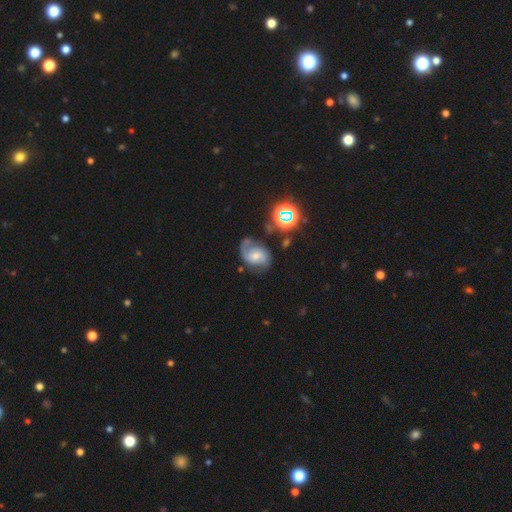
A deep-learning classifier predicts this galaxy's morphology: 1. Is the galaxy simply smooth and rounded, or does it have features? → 68% featured or disk, 20% smooth, 12% star or artifact.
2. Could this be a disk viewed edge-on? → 97% no, 3% yes.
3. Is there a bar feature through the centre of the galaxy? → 48% no, 43% weak, 9% strong.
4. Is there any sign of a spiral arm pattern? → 91% yes, 9% no.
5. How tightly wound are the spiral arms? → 47% medium, 26% tight, 26% loose.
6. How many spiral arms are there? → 67% 2, 18% 1, 11% can't tell, 2% 3, 1% 4, 1% more than 4.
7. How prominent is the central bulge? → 47% moderate, 39% small, 6% large, 6% none, 2% dominant.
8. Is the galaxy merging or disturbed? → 52% none, 25% minor disturbance, 17% major disturbance, 6% merger.